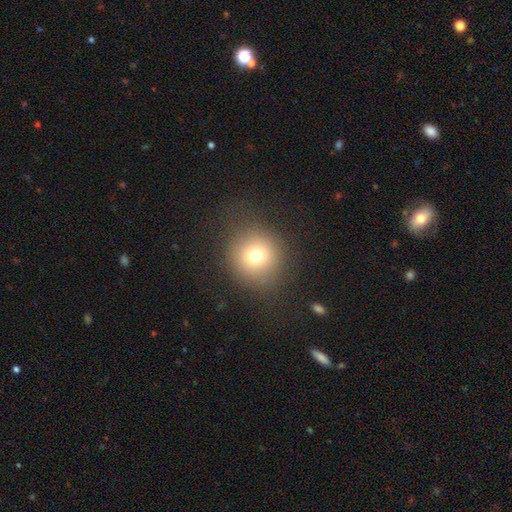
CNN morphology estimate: A smooth galaxy with no disk features (73%) that is round (92%).

Vote fractions:
- Smooth or featured? smooth: 73% / star or artifact: 15% / featured or disk: 12%
- How rounded? round: 92% / in between: 7% / cigar-shaped: 1%
- Merging? none: 84% / minor disturbance: 9% / major disturbance: 6% / merger: 1%